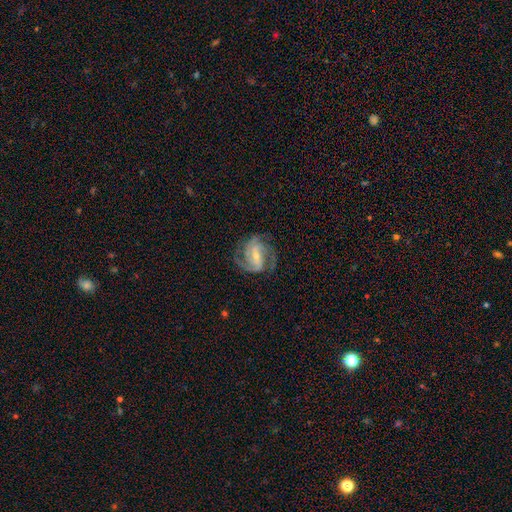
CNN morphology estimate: Q: Smooth or featured?
A: featured or disk (90%); runner-up: smooth (5%)
Q: Edge-on disk?
A: no (98%); runner-up: yes (2%)
Q: Bar?
A: weak (41%); tied with: strong (41%)
Q: Spiral arms?
A: yes (98%); runner-up: no (2%)
Q: Spiral winding?
A: medium (53%); runner-up: tight (32%)
Q: Spiral arm count?
A: 3 (39%); runner-up: 2 (34%)
Q: Bulge size?
A: small (62%); runner-up: moderate (33%)
Q: Merging?
A: none (72%); runner-up: minor disturbance (16%)